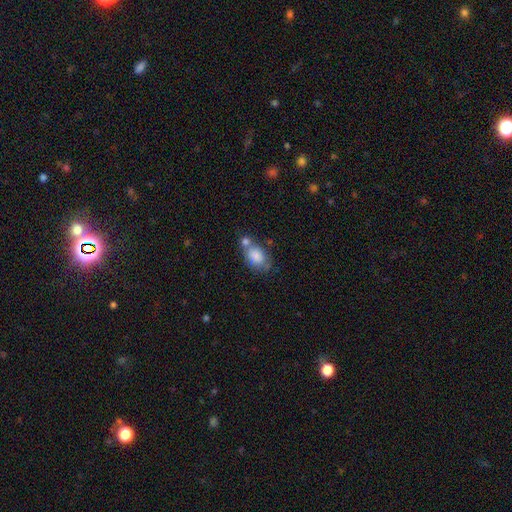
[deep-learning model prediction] This is likely a smooth galaxy (78%). How rounded: likely in between (80%). Merging: marginally none (38%).